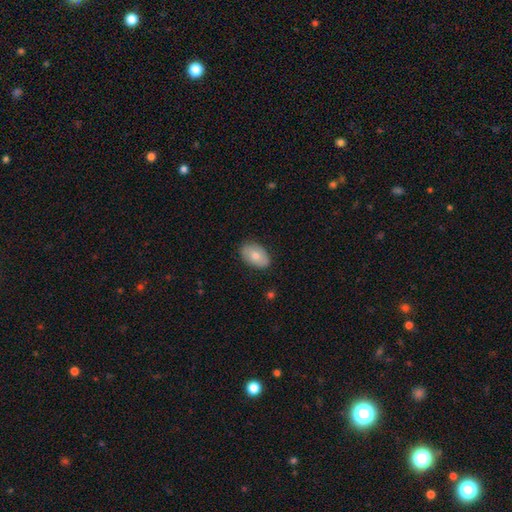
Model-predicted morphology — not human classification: The model was most divided on "smooth or featured": smooth: 73%, featured or disk: 20%, star or artifact: 6%. More confident: how rounded — in between (89%); merging — none (83%).